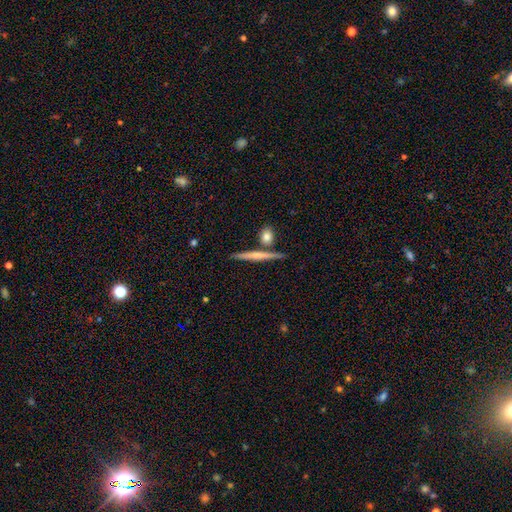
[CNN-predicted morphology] Smooth or featured? smooth (48%)
Merging? none (81%)